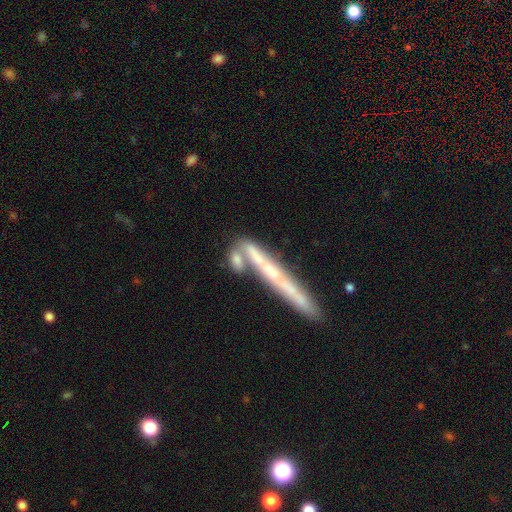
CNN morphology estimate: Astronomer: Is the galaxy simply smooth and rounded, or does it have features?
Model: smooth — 50% (runner-up: featured or disk, 41%).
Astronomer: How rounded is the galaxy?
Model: cigar-shaped — 76%.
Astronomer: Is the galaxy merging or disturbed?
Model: merger — 42% (runner-up: none, 38%).